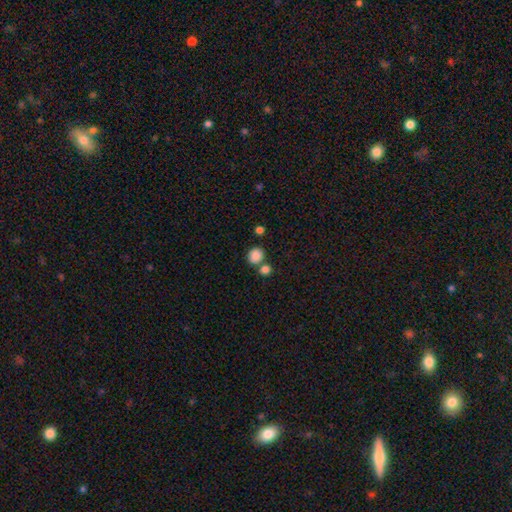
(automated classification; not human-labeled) smooth_or_featured: smooth (p=0.86) [alt: star or artifact p=0.10]
how_rounded: round (p=0.73) [alt: in between p=0.27]
merging: none (p=0.61) [alt: merger p=0.26]